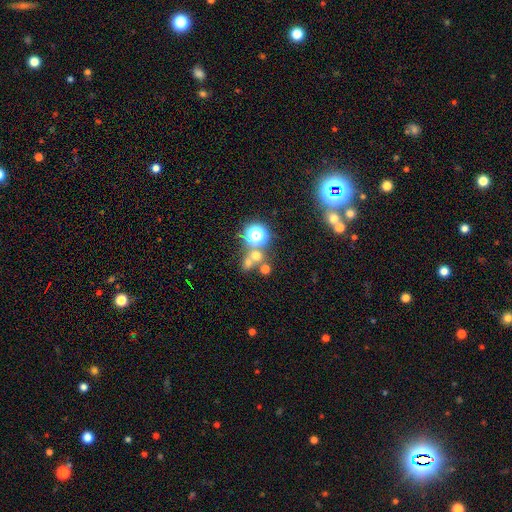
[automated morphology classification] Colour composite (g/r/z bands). It shows a smooth galaxy with no disk features (52%) that is round (83%). Merging: none (55%).